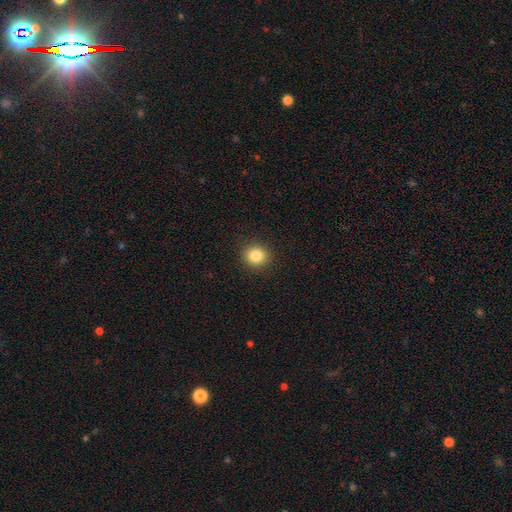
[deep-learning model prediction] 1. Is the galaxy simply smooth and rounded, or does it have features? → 84% smooth, 11% star or artifact, 5% featured or disk.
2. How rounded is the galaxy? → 84% round, 15% in between, 1% cigar-shaped.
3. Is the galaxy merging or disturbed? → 91% none, 6% minor disturbance, 2% major disturbance, 1% merger.